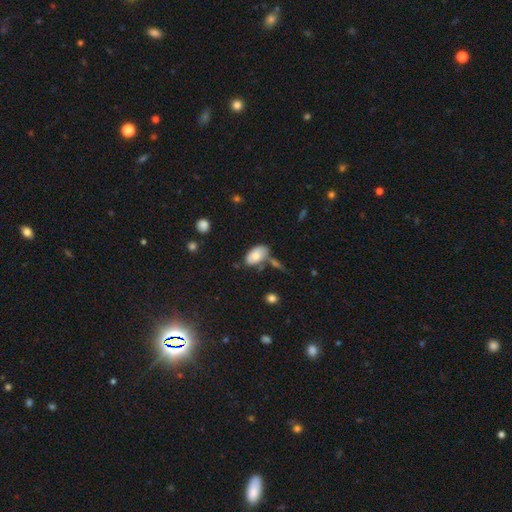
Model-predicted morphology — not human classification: smooth_or_featured: smooth (p=0.75) [alt: featured or disk p=0.18]
how_rounded: in between (p=0.94) [alt: round p=0.04]
merging: none (p=0.57) [alt: minor disturbance p=0.22]